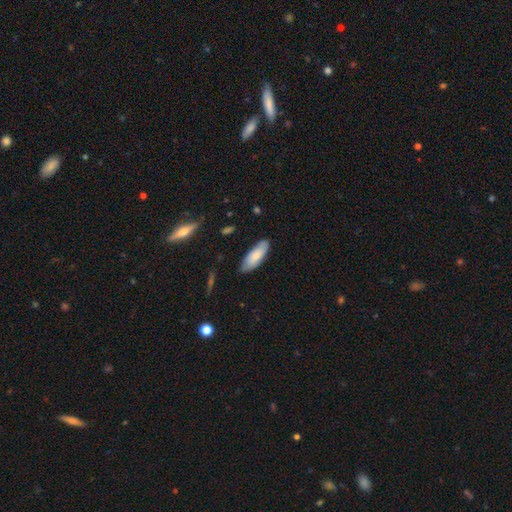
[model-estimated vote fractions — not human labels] Morphology: type=smooth (78%); roundness=in between (69%); merging=none (80%).